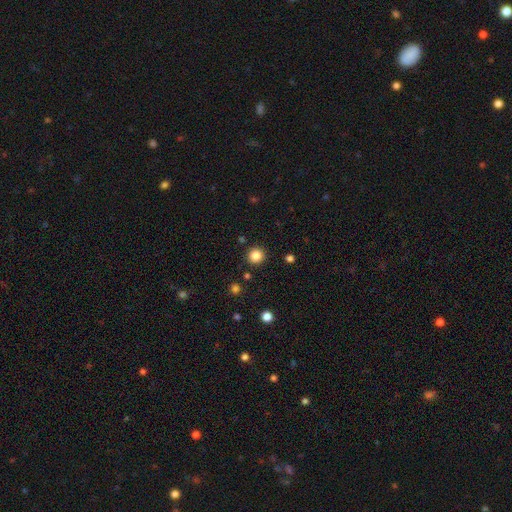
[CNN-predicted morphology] This is clearly a smooth galaxy (85%). How rounded: clearly round (94%). Merging: clearly none (91%).